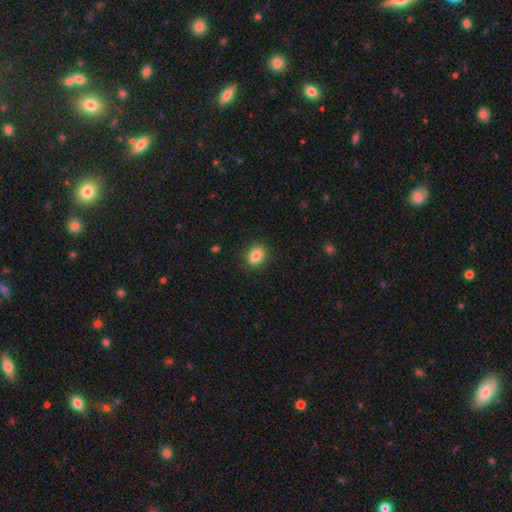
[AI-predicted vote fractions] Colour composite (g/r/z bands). It shows a smooth galaxy with no disk features (85%) that is in between round and cigar-shaped (57%). Merging: none (87%).